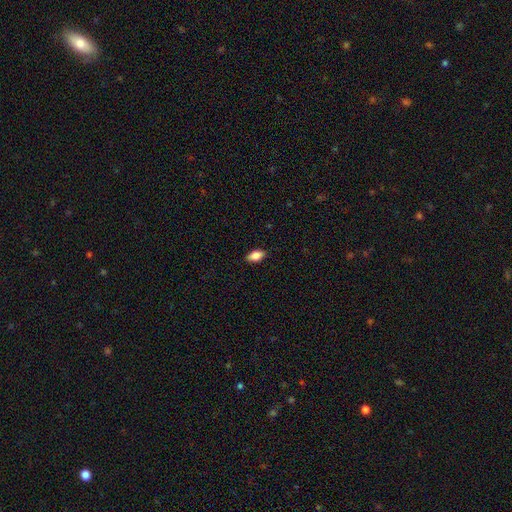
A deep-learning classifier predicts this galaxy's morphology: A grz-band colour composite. It shows a smooth galaxy with no disk features (83%) that is in between round and cigar-shaped (90%). Merging: none (87%).